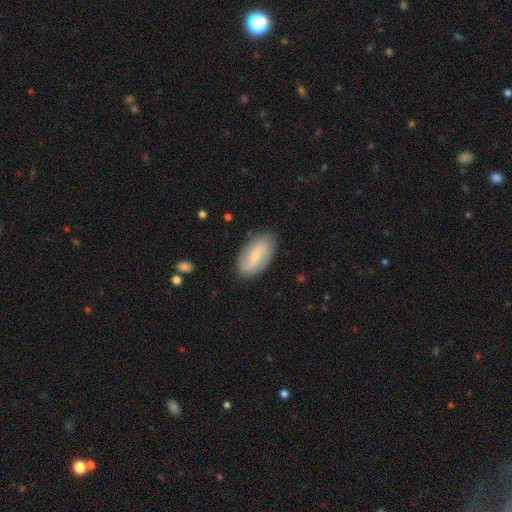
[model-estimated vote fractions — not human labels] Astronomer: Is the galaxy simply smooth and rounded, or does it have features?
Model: featured or disk — 53% (runner-up: smooth, 40%).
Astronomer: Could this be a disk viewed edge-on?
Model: no — 93%.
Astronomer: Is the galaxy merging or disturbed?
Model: none — 83%.